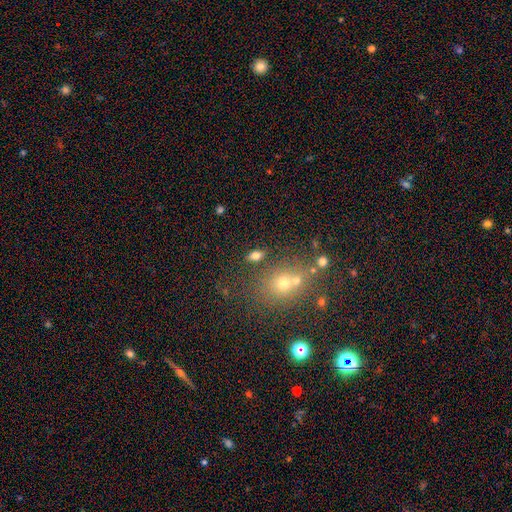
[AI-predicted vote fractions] The model was most divided on "smooth or featured": smooth: 70%, featured or disk: 17%, star or artifact: 13%. More confident: how rounded — in between (82%); merging — none (77%).